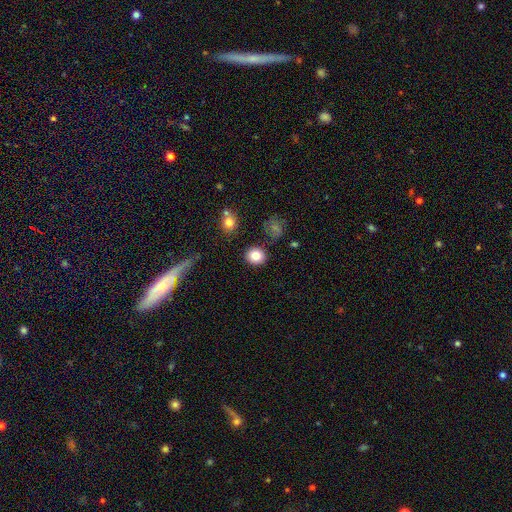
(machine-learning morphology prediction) This is clearly a smooth galaxy (83%). How rounded: clearly round (81%). Merging: clearly none (85%).